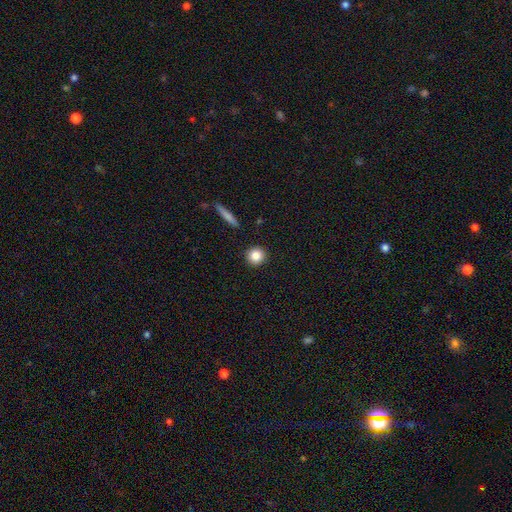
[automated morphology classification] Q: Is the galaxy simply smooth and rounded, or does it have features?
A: smooth — 84%.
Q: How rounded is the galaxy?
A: round — 93%.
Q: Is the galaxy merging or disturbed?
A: none — 91%.